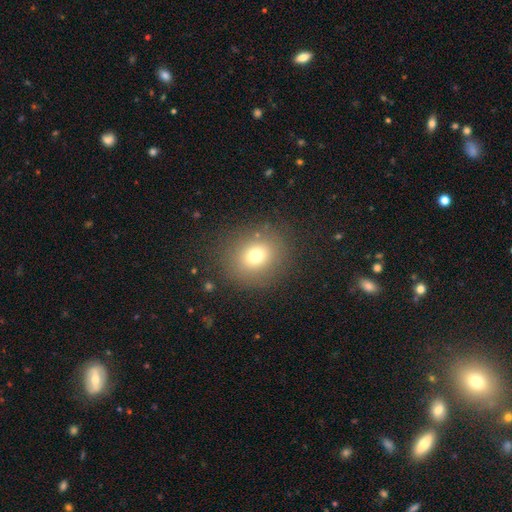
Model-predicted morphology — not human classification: Smooth or featured?
  - smooth: 72% *
  - star or artifact: 16%
  - featured or disk: 12%
How rounded?
  - round: 79% *
  - in between: 20%
  - cigar-shaped: 1%
Merging?
  - none: 85% *
  - minor disturbance: 9%
  - major disturbance: 5%
  - merger: 1%